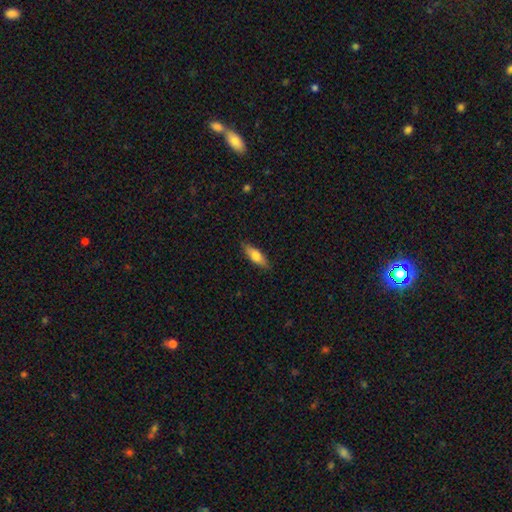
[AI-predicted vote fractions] Morphology: type=smooth (74%); roundness=in between (59%); merging=none (85%).